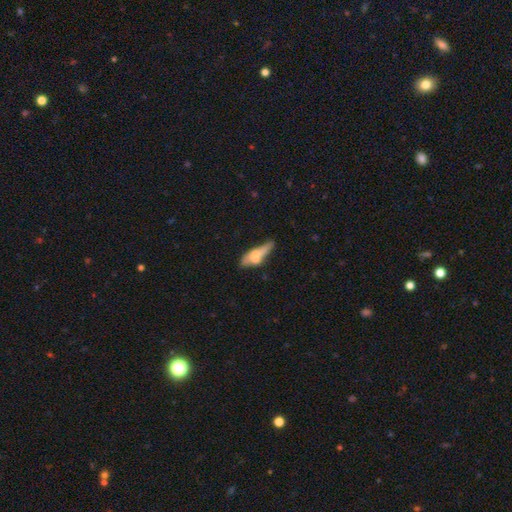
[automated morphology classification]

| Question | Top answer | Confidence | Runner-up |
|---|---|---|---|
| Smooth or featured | smooth | 56% | featured or disk (37%) |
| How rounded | in between | 49% | cigar-shaped (48%) |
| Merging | none | 36% | minor disturbance (27%) |